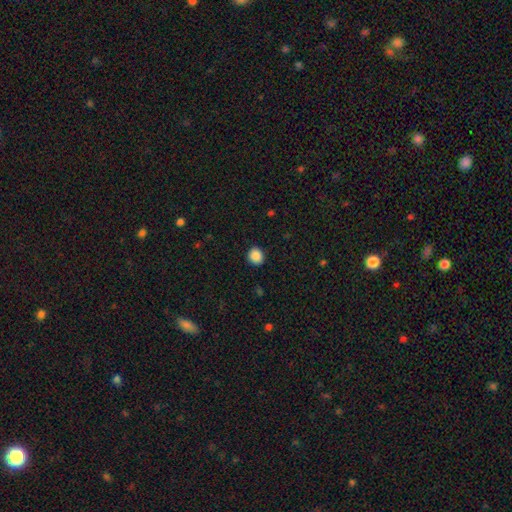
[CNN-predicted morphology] This is clearly a smooth galaxy (88%). How rounded: clearly round (80%). Merging: clearly none (91%).